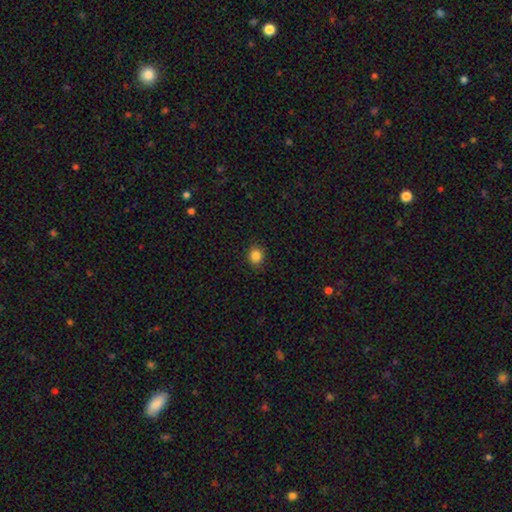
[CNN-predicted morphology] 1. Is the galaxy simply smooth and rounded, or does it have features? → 85% smooth, 11% star or artifact, 4% featured or disk.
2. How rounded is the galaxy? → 78% round, 21% in between, 1% cigar-shaped.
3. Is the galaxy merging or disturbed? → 88% none, 9% minor disturbance, 2% major disturbance, 1% merger.